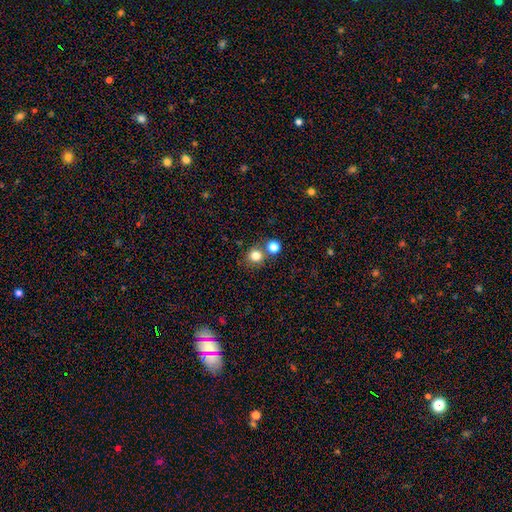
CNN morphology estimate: Smooth or featured: smooth — 81% (star or artifact — 13%)
How rounded: round — 90% (in between — 9%)
Merging: none — 68% (merger — 22%)